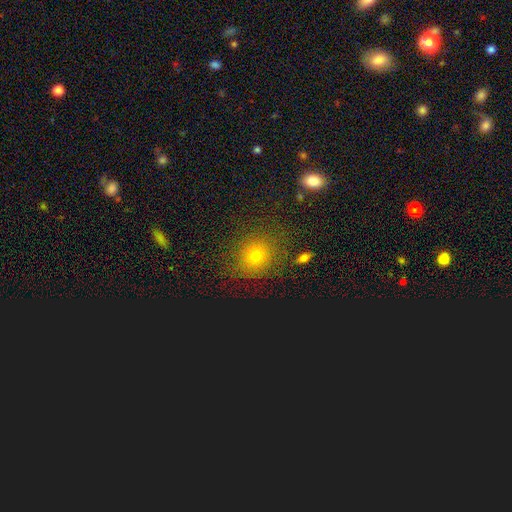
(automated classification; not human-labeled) The model was most divided on "smooth or featured": smooth: 70%, star or artifact: 20%, featured or disk: 11%. More confident: merging — none (81%); how rounded — round (79%).